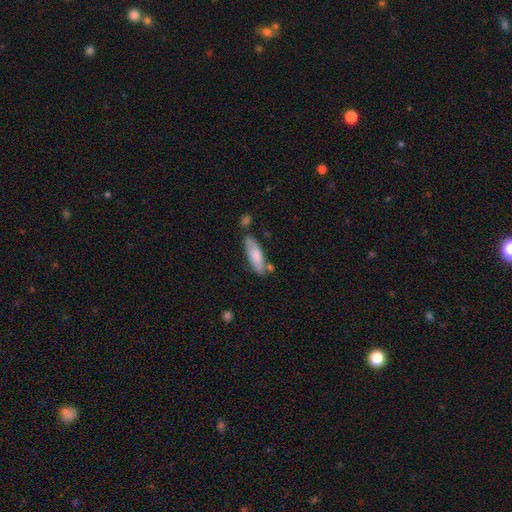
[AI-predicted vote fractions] Morphology: type=smooth (77%); roundness=in between (50%); merging=none (67%).